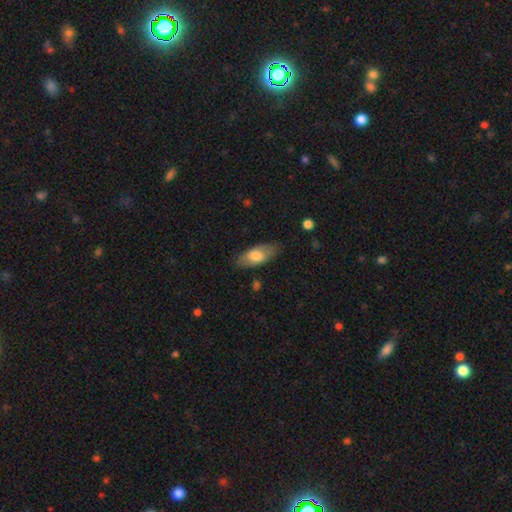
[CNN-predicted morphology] Smooth or featured? Predicted: smooth (p=0.70). How rounded? Predicted: in between (p=0.84). Merging? Predicted: none (p=0.80).